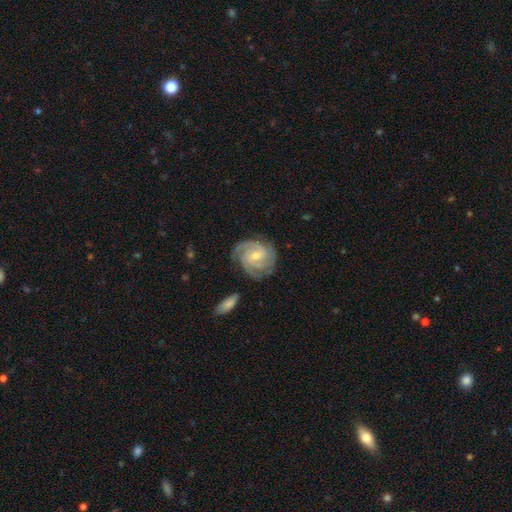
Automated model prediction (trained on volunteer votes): Morphology: type=featured or disk (90%); edge-on=no (98%); bar=no (55%); spiral arms=yes (98%); winding=tight (73%); arm count=3 (47%); bulge=small (57%); merging=none (77%).